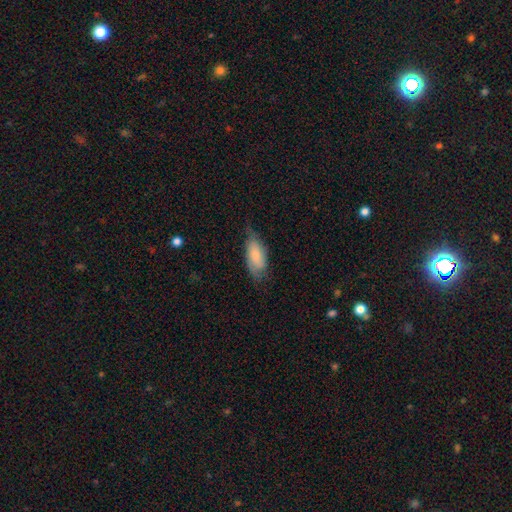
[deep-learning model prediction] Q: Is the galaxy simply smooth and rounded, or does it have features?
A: smooth — 70%.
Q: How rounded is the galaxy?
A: in between — 84%.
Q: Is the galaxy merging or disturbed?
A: none — 57%.